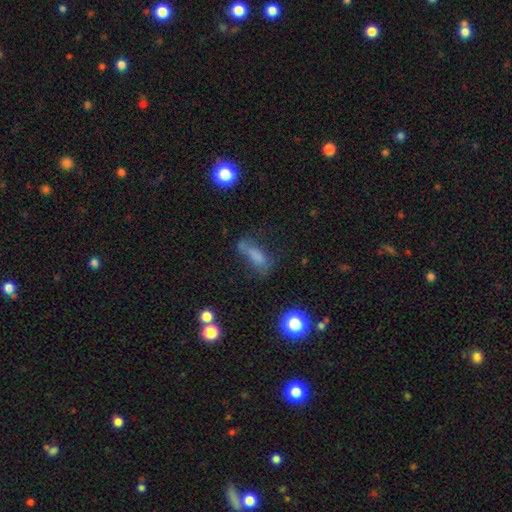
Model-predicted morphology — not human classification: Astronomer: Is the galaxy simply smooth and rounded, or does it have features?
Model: smooth — 61%.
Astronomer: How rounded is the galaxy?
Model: in between — 61%.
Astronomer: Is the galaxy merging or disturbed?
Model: none — 38% (runner-up: major disturbance, 25%).